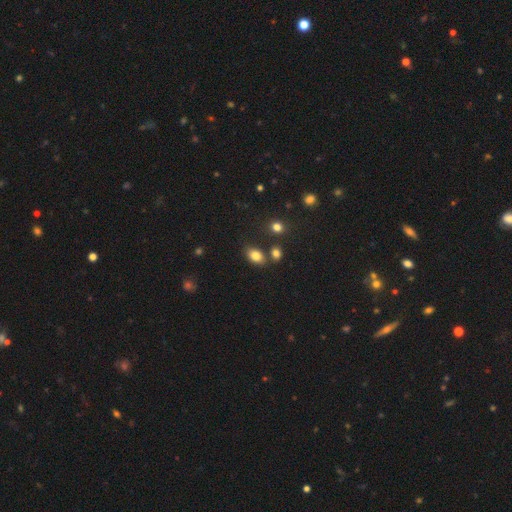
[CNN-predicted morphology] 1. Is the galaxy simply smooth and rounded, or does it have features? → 83% smooth, 10% star or artifact, 7% featured or disk.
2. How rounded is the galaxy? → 80% in between, 18% round, 1% cigar-shaped.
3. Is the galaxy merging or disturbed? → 71% none, 14% minor disturbance, 12% merger, 4% major disturbance.